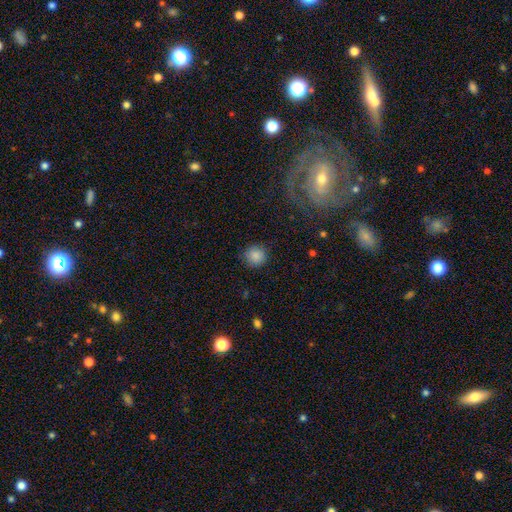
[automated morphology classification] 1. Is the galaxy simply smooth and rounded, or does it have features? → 86% smooth, 9% star or artifact, 5% featured or disk.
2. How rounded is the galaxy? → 91% round, 8% in between, 1% cigar-shaped.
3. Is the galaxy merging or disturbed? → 85% none, 11% minor disturbance, 3% major disturbance, 1% merger.